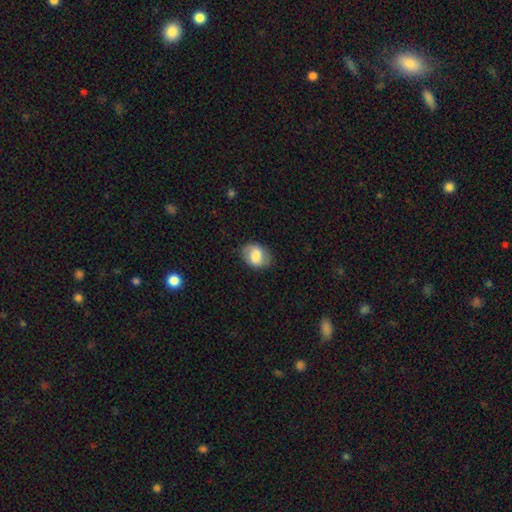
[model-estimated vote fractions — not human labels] smooth_or_featured: smooth (p=0.67) [alt: featured or disk p=0.25]
how_rounded: in between (p=0.65) [alt: round p=0.34]
merging: none (p=0.78) [alt: minor disturbance p=0.16]